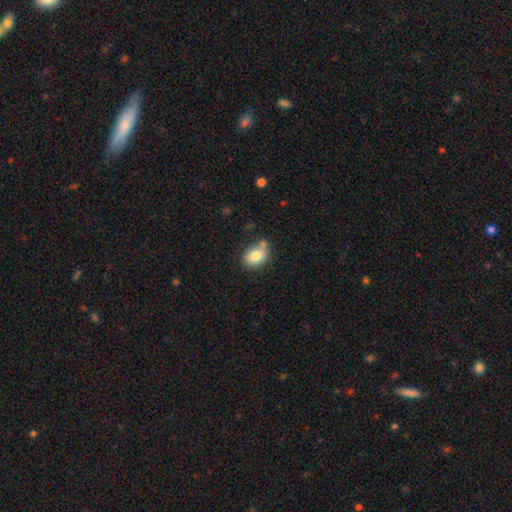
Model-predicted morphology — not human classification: A smooth galaxy with no disk features (80%) that is in between round and cigar-shaped (71%).

Vote fractions:
- Smooth or featured? smooth: 80% / featured or disk: 12% / star or artifact: 8%
- How rounded? in between: 71% / round: 28% / cigar-shaped: 1%
- Merging? none: 59% / minor disturbance: 20% / merger: 16% / major disturbance: 5%